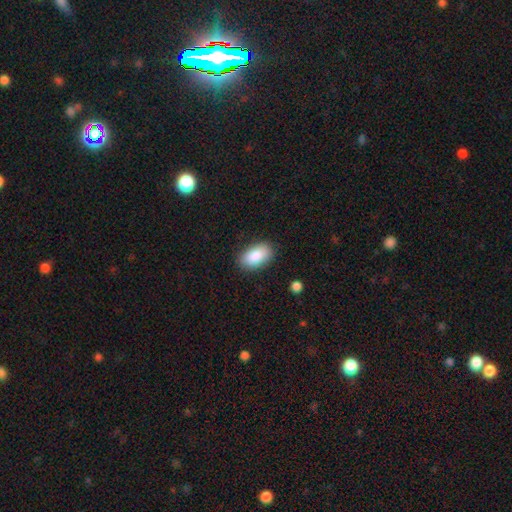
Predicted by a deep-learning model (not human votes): The model was most divided on "merging": none: 86%, minor disturbance: 10%, major disturbance: 3%, merger: 1%. More confident: how rounded — in between (94%); smooth or featured — smooth (88%).